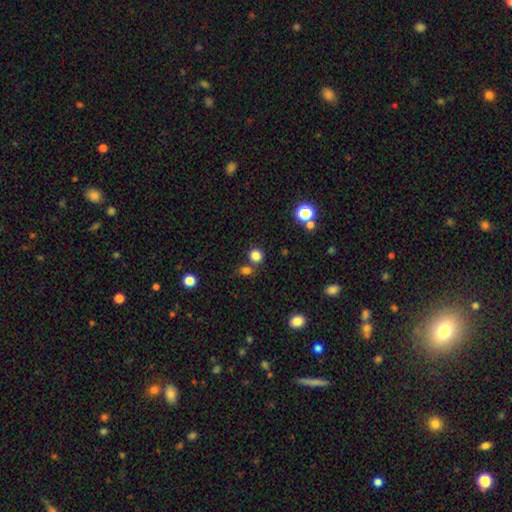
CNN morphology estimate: This is clearly a smooth galaxy (80%). How rounded: clearly round (87%). Merging: likely none (72%).